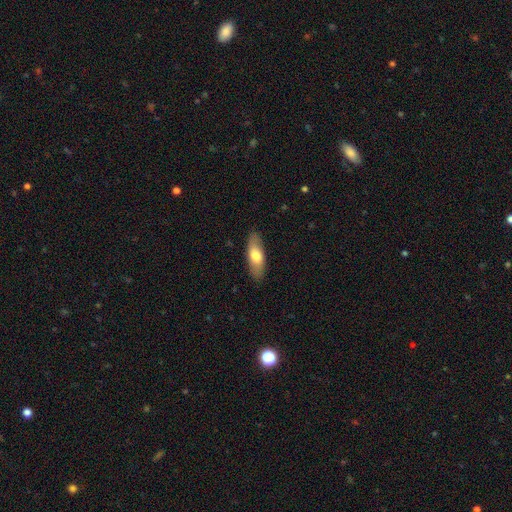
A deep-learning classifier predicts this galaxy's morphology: Q: Smooth or featured?
A: smooth (70%); runner-up: featured or disk (25%)
Q: How rounded?
A: in between (65%); runner-up: cigar-shaped (32%)
Q: Merging?
A: none (86%); runner-up: minor disturbance (11%)